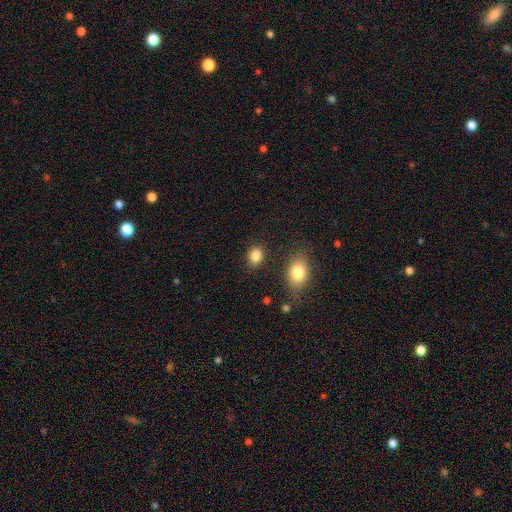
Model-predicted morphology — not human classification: Q: Smooth or featured?
A: smooth (85%); runner-up: star or artifact (10%)
Q: How rounded?
A: in between (57%); runner-up: round (42%)
Q: Merging?
A: none (84%); runner-up: minor disturbance (10%)